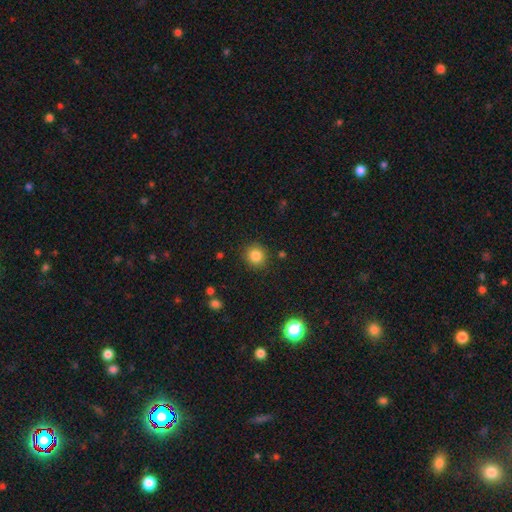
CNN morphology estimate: This appears to be a smooth galaxy with no disk features (84%) that is round (88%). Merging: none (88%).